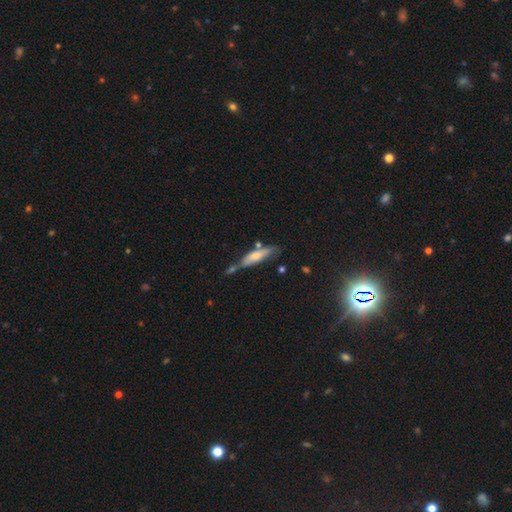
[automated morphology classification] smooth_or_featured: smooth (p=0.59) [alt: featured or disk p=0.34]
how_rounded: cigar-shaped (p=0.65) [alt: in between p=0.33]
merging: none (p=0.45) [alt: minor disturbance p=0.24]